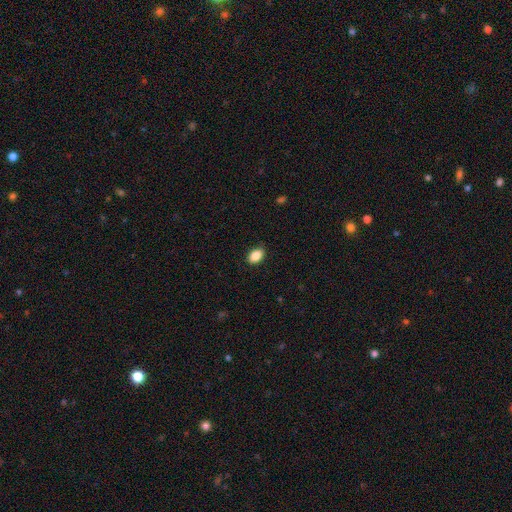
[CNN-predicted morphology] type=smooth (88%); roundness=in between (88%); merging=none (88%).